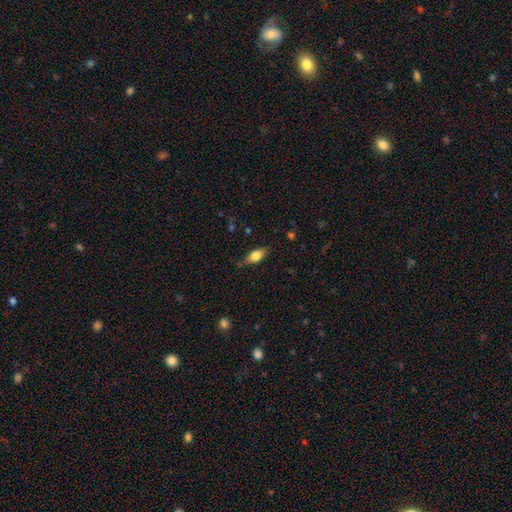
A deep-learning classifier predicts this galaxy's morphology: smooth 66%, featured or disk 26%, star or artifact 8%. Down the decision tree: how rounded — in between (80%); merging — none (72%).